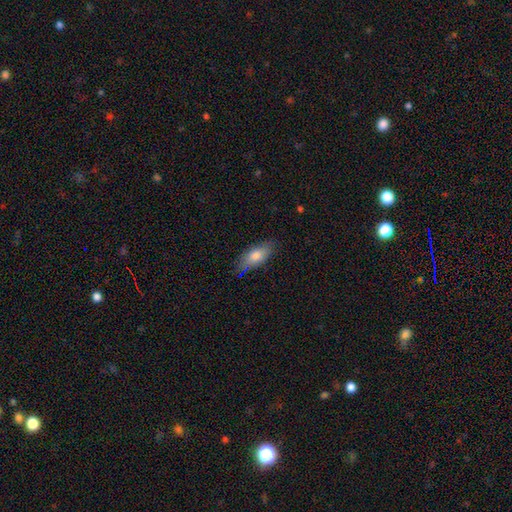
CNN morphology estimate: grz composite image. It shows a smooth galaxy with no disk features (75%) that is in between round and cigar-shaped (79%). Merging: none (79%).